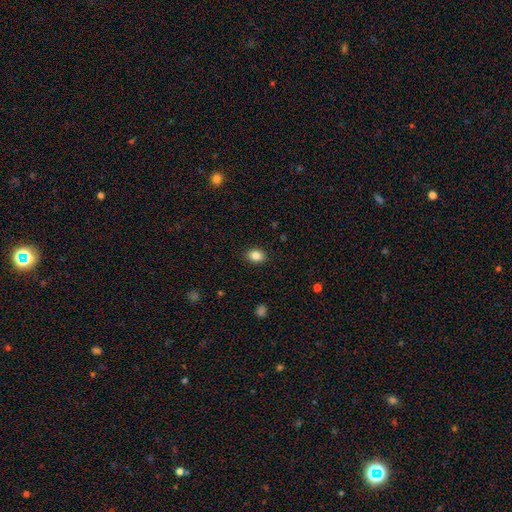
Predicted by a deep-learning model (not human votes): Q: Smooth or featured?
A: smooth (85%); runner-up: star or artifact (9%)
Q: How rounded?
A: in between (65%); runner-up: round (34%)
Q: Merging?
A: none (89%); runner-up: minor disturbance (8%)